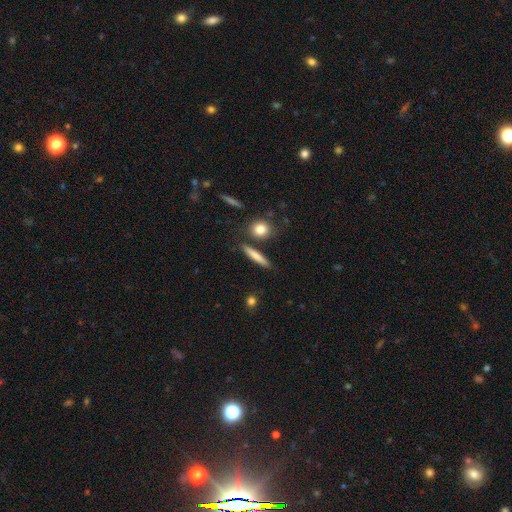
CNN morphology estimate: This is likely a smooth galaxy (74%). How rounded: clearly cigar-shaped (85%). Merging: clearly none (84%).